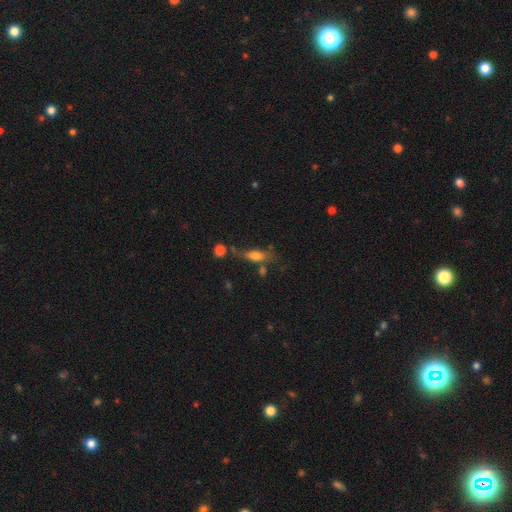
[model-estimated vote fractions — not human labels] The model was most divided on "how rounded": in between: 59%, cigar-shaped: 36%, round: 5%. More confident: smooth or featured — smooth (65%); merging — none (53%).